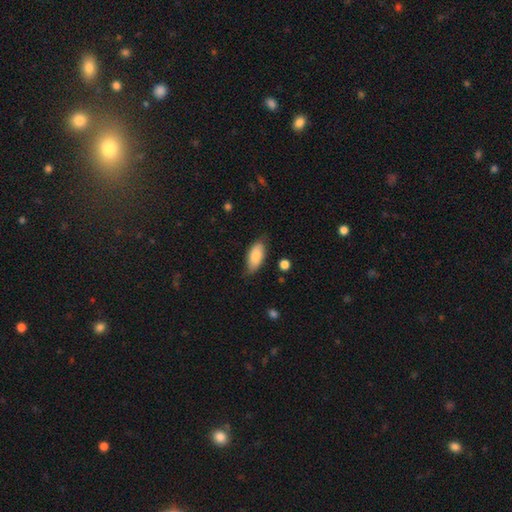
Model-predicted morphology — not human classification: Q: Smooth or featured?
A: smooth (82%); runner-up: featured or disk (12%)
Q: How rounded?
A: in between (88%); runner-up: cigar-shaped (10%)
Q: Merging?
A: none (74%); runner-up: minor disturbance (21%)